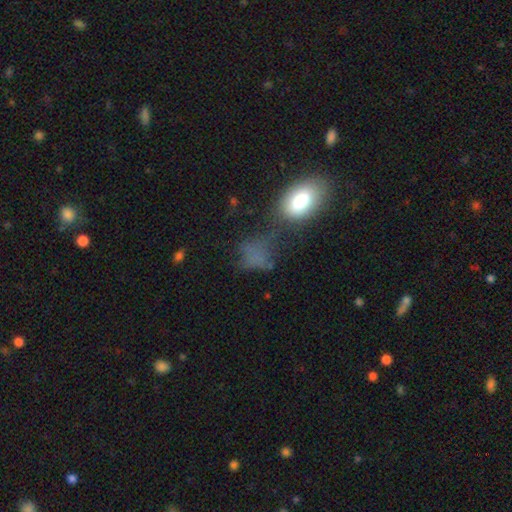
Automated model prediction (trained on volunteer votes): This is likely a smooth galaxy (65%). How rounded: possibly in between (59%). Merging: marginally none (35%).